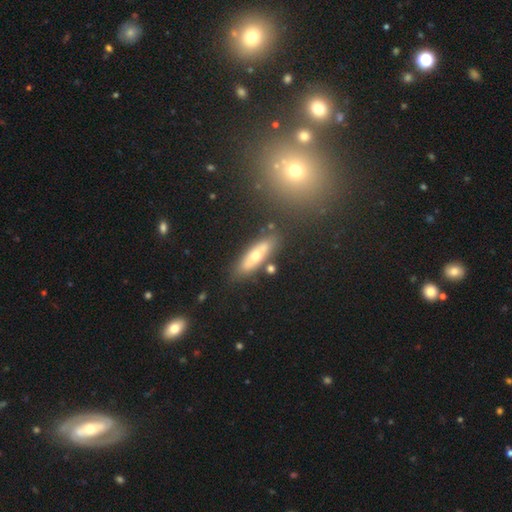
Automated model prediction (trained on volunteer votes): A smooth galaxy with no disk features (49%). Merging: none (77%).